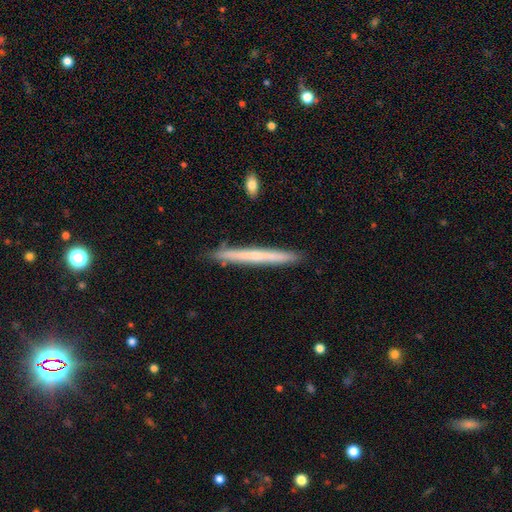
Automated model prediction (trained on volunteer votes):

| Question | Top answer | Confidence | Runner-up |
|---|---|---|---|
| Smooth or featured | featured or disk | 48% | smooth (46%) |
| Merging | none | 91% | minor disturbance (7%) |